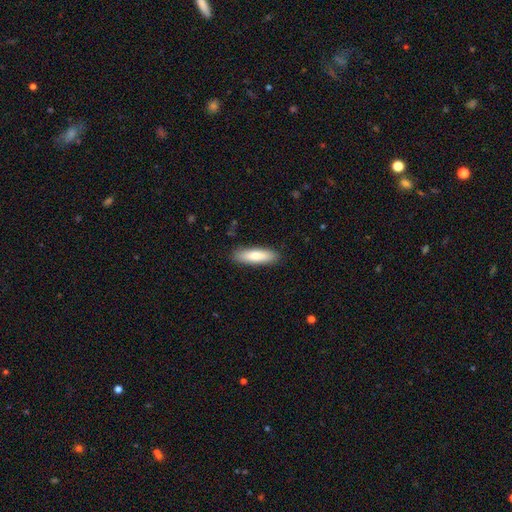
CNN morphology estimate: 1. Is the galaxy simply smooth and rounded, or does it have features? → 75% smooth, 19% featured or disk, 6% star or artifact.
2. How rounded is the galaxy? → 59% cigar-shaped, 39% in between, 2% round.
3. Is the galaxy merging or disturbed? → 88% none, 9% minor disturbance, 2% major disturbance, 1% merger.